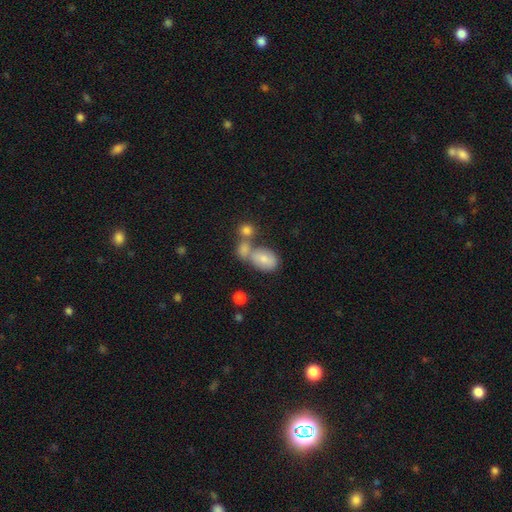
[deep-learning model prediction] This is possibly a smooth galaxy (58%). How rounded: likely in between (71%). Merging: marginally merger (43%).